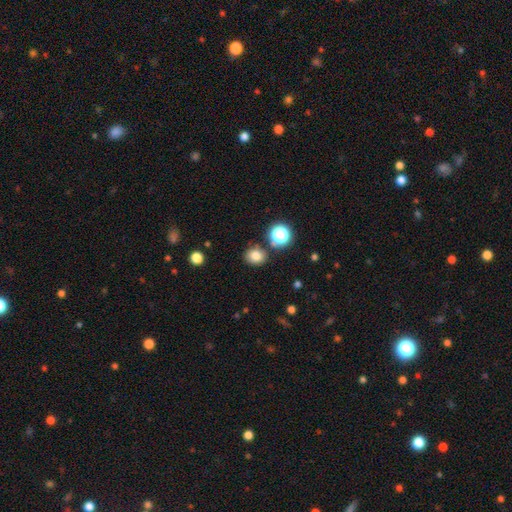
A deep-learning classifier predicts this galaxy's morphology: The model was most divided on "how rounded": round: 73%, in between: 27%, cigar-shaped: 1%. More confident: merging — none (81%); smooth or featured — smooth (78%).